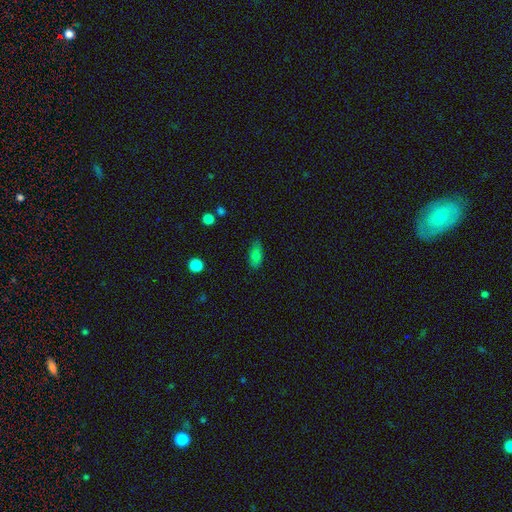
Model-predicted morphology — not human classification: Q: Smooth or featured?
A: smooth (77%); runner-up: featured or disk (13%)
Q: How rounded?
A: in between (81%); runner-up: cigar-shaped (15%)
Q: Merging?
A: none (77%); runner-up: minor disturbance (17%)